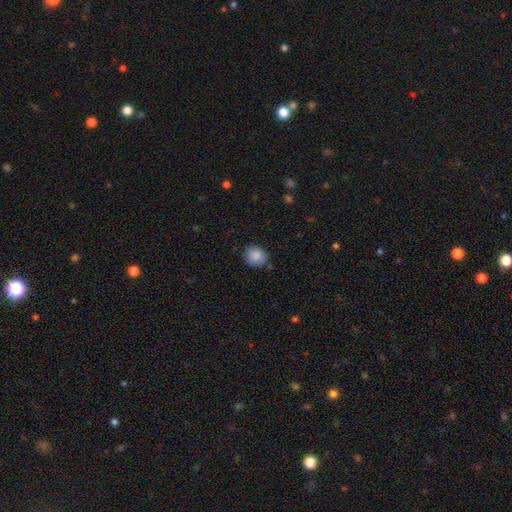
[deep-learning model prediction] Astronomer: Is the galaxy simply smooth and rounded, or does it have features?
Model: smooth — 88%.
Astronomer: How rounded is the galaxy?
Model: round — 72%.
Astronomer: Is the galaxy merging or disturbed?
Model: none — 83%.